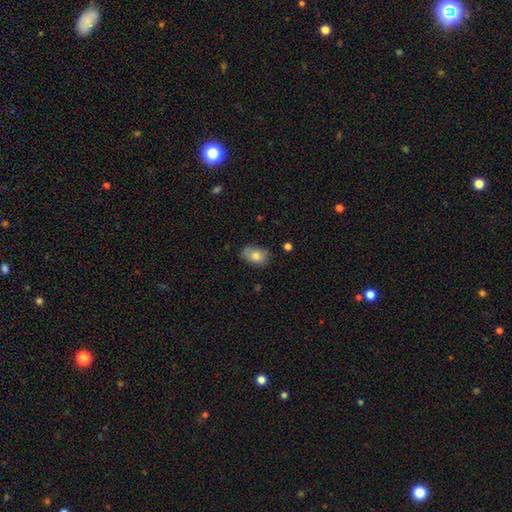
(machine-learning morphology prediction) smooth_or_featured: smooth (p=0.80) [alt: featured or disk p=0.12]
how_rounded: in between (p=0.79) [alt: round p=0.19]
merging: none (p=0.72) [alt: minor disturbance p=0.22]